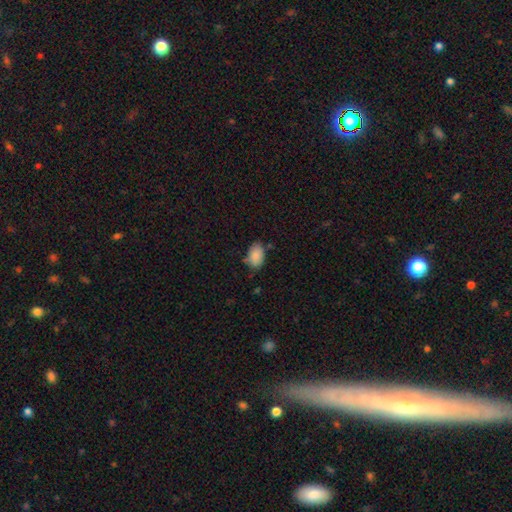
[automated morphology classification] smooth-or-featured: smooth: 87% | star or artifact: 7% | featured or disk: 6%
  how-rounded: in between: 89% | round: 10% | cigar-shaped: 1%
  merging: none: 71% | minor disturbance: 22% | major disturbance: 4% | merger: 4%